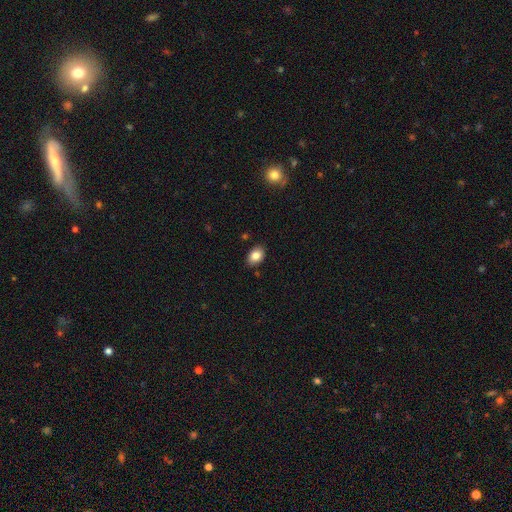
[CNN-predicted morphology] This is clearly a smooth galaxy (84%). How rounded: clearly in between (81%). Merging: clearly none (86%).